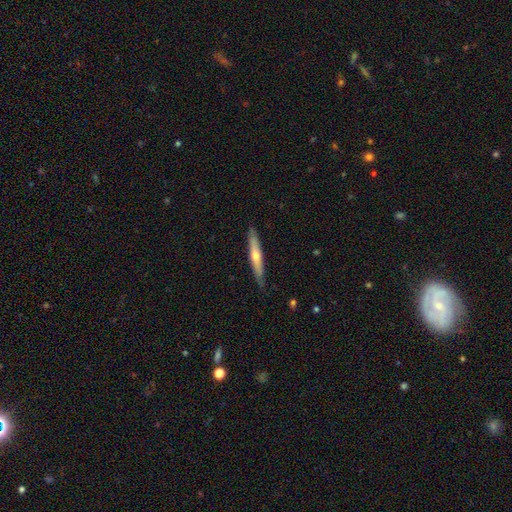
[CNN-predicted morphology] A featured or disk galaxy (51%) viewed edge-on (92%). Merging: none (85%).